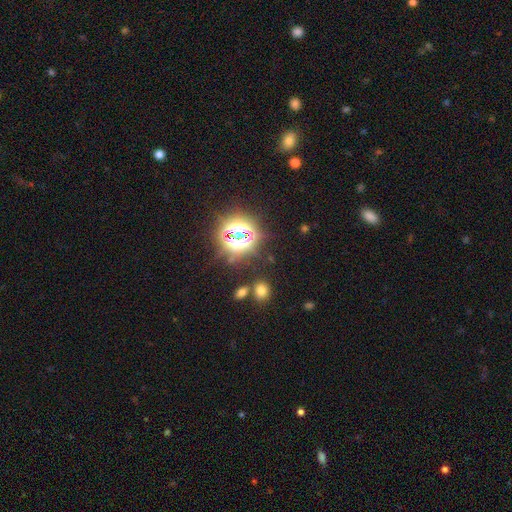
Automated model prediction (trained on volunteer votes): Morphology: type=star or artifact (77%).